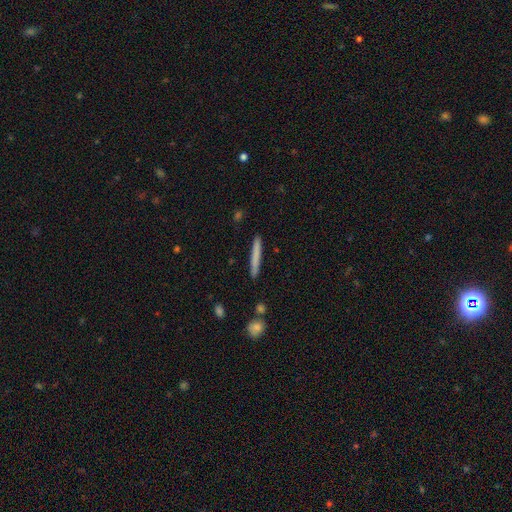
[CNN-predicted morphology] Q: Smooth or featured?
A: smooth (73%); runner-up: featured or disk (21%)
Q: How rounded?
A: cigar-shaped (96%); runner-up: in between (2%)
Q: Merging?
A: none (91%); runner-up: minor disturbance (6%)